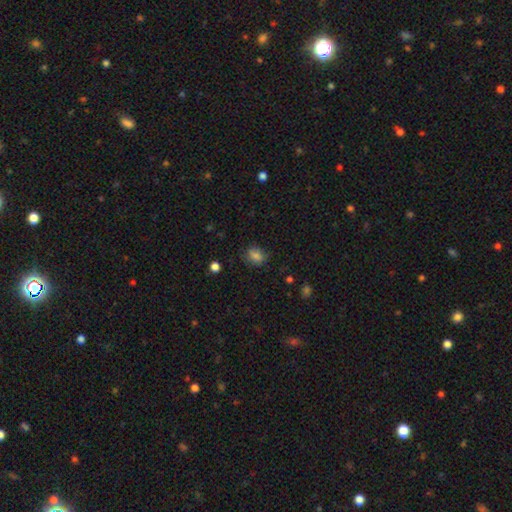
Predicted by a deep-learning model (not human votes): This appears to be a smooth galaxy with no disk features (81%) that is in between round and cigar-shaped (53%). Merging: none (76%).